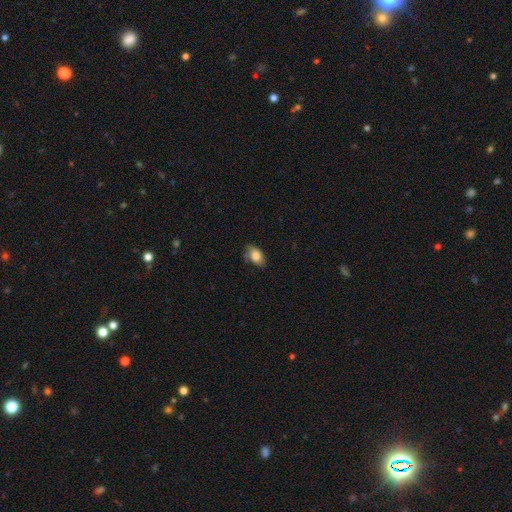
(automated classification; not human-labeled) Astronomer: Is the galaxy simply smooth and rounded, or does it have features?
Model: smooth — 81%.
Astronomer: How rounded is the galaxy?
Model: in between — 89%.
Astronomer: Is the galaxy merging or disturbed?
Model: none — 62%.